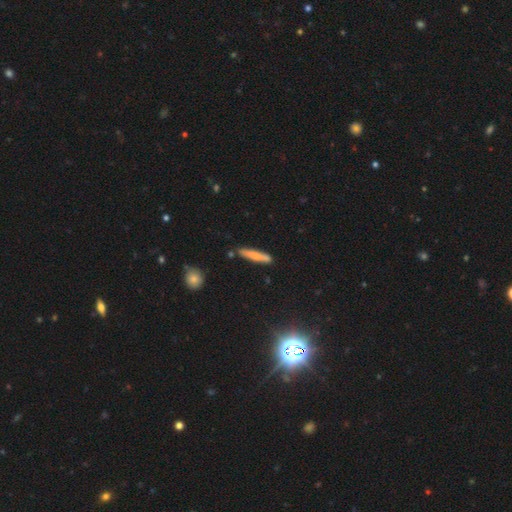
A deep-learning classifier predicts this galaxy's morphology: This is likely a smooth galaxy (69%). How rounded: clearly cigar-shaped (90%). Merging: clearly none (80%).